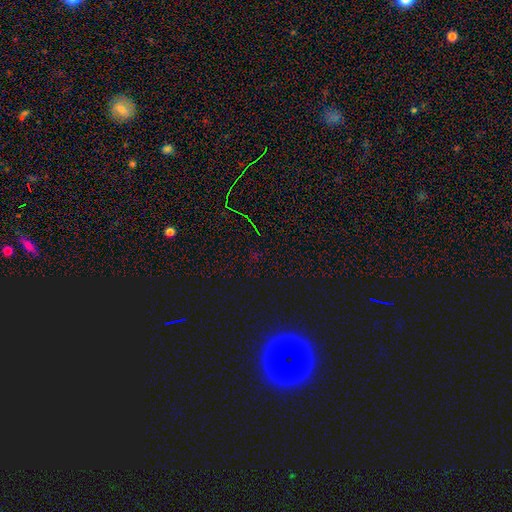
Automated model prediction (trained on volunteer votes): A star or artifact, not a galaxy (80%).

Vote fractions:
- Smooth or featured? star or artifact: 80% / smooth: 13% / featured or disk: 8%